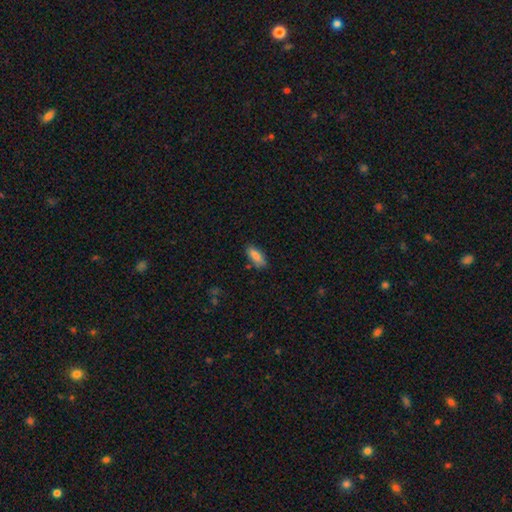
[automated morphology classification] Smooth or featured?
  - smooth: 81% *
  - featured or disk: 12%
  - star or artifact: 7%
How rounded?
  - in between: 76% *
  - cigar-shaped: 22%
  - round: 2%
Merging?
  - none: 79% *
  - minor disturbance: 15%
  - merger: 3%
  - major disturbance: 3%